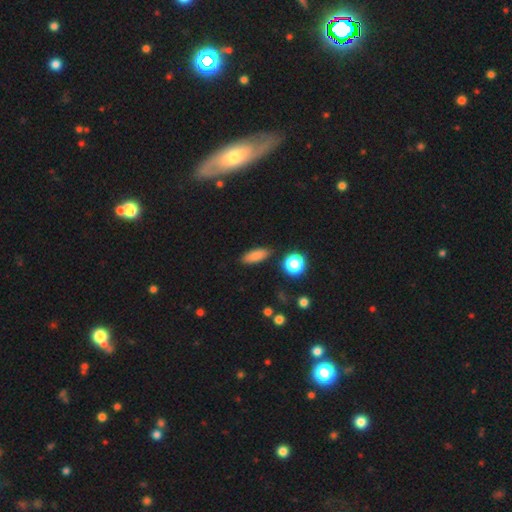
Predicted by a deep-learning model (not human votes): smooth 83%, star or artifact 10%, featured or disk 7%. Down the decision tree: how rounded — in between (72%); merging — none (86%).